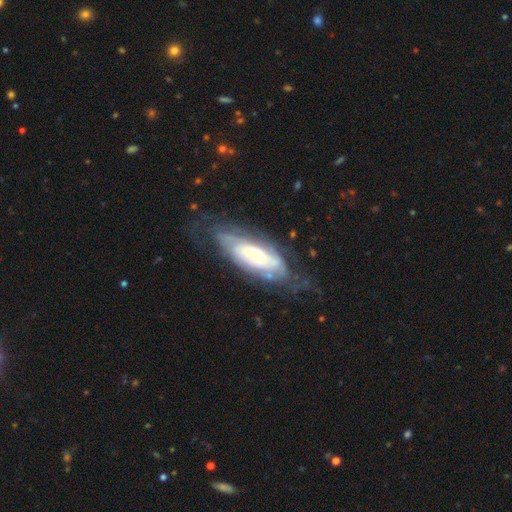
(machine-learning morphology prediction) smooth-or-featured: featured or disk: 70% | smooth: 24% | star or artifact: 6%
  disk-edge-on: no: 84% | yes: 16%
    bar: no: 71% | weak: 21% | strong: 8%
    has-spiral-arms: yes: 79% | no: 21%
    bulge-size: moderate: 44% | small: 37% | large: 14% | none: 2% | dominant: 2%
  merging: none: 58% | minor disturbance: 24% | major disturbance: 16% | merger: 2%